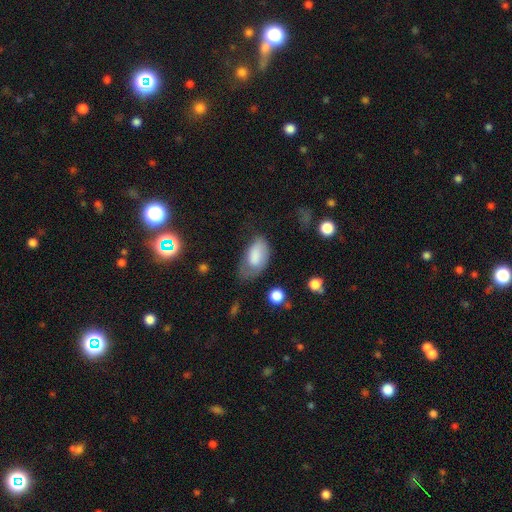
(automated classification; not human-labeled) Smooth or featured?
  - smooth: 71% *
  - featured or disk: 22%
  - star or artifact: 7%
How rounded?
  - in between: 94% *
  - round: 4%
  - cigar-shaped: 2%
Merging?
  - none: 41% *
  - minor disturbance: 32%
  - major disturbance: 24%
  - merger: 3%